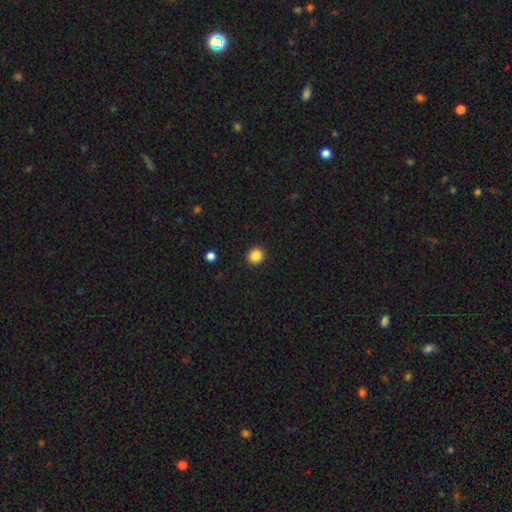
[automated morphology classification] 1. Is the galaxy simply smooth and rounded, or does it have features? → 86% smooth, 11% star or artifact, 3% featured or disk.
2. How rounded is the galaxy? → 92% round, 7% in between, 1% cigar-shaped.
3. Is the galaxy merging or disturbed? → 93% none, 5% minor disturbance, 2% major disturbance, 1% merger.